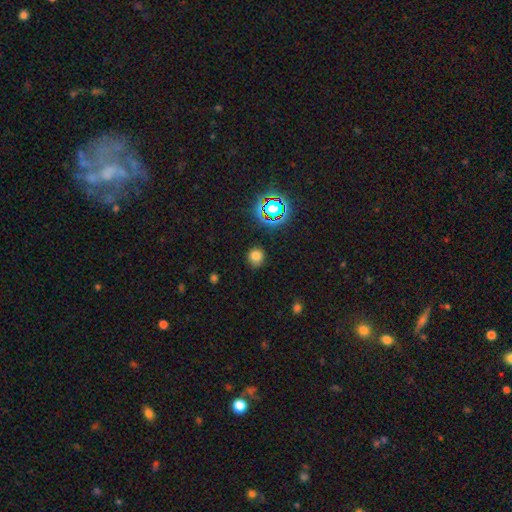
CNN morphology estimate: Smooth or featured? Predicted: smooth (p=0.74). How rounded? Predicted: round (p=0.81). Merging? Predicted: none (p=0.82).